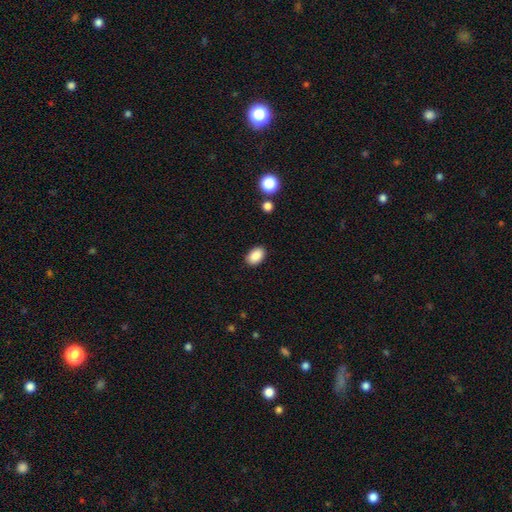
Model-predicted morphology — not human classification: This appears to be a smooth galaxy with no disk features (88%) that is in between round and cigar-shaped (88%). Merging: none (88%).